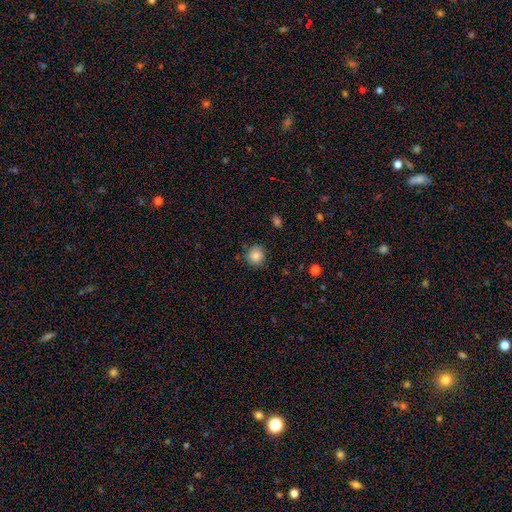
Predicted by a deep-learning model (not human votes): Smooth or featured: smooth — 85% (star or artifact — 10%)
How rounded: round — 90% (in between — 9%)
Merging: none — 83% (minor disturbance — 12%)